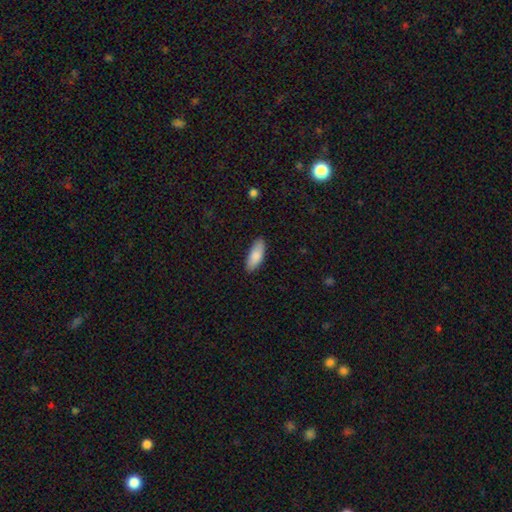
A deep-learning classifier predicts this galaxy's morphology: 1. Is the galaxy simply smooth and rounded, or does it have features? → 87% smooth, 8% featured or disk, 6% star or artifact.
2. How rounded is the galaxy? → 76% in between, 22% cigar-shaped, 2% round.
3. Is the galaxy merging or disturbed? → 87% none, 10% minor disturbance, 2% major disturbance, 1% merger.